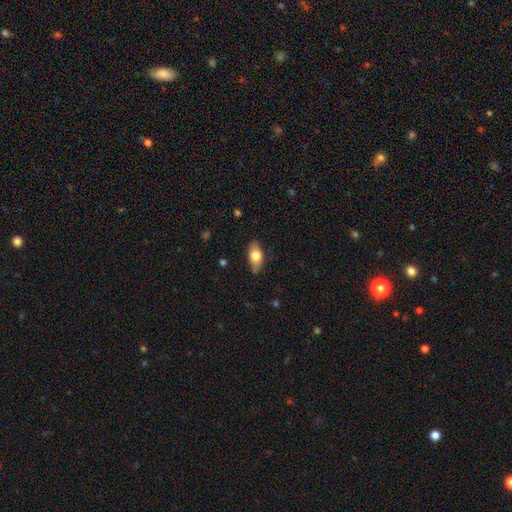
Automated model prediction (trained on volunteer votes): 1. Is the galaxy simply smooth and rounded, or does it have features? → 73% smooth, 20% featured or disk, 7% star or artifact.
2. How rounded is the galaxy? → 90% in between, 6% cigar-shaped, 4% round.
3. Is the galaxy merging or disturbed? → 82% none, 14% minor disturbance, 2% major disturbance, 1% merger.